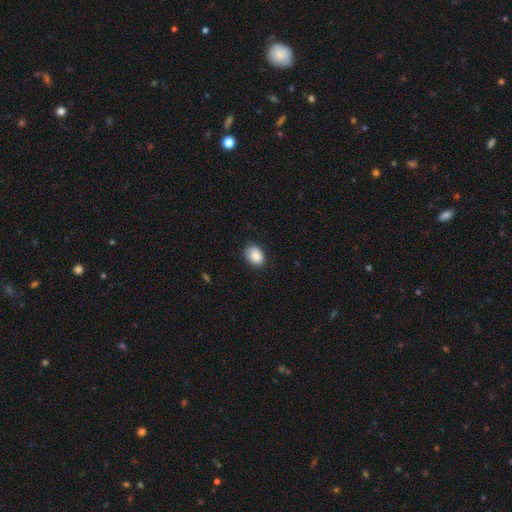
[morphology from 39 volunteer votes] smooth 87%, featured or disk 10%, star or artifact 3%. Down the decision tree: how rounded — in between (91%); merging — none (87%).